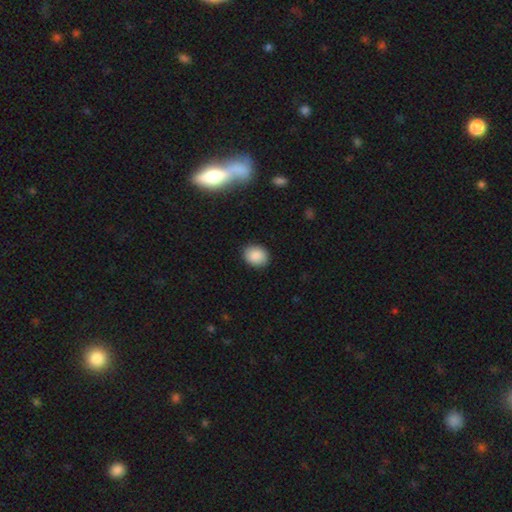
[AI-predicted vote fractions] This is clearly a smooth galaxy (88%). How rounded: possibly round (53%). Merging: clearly none (88%).